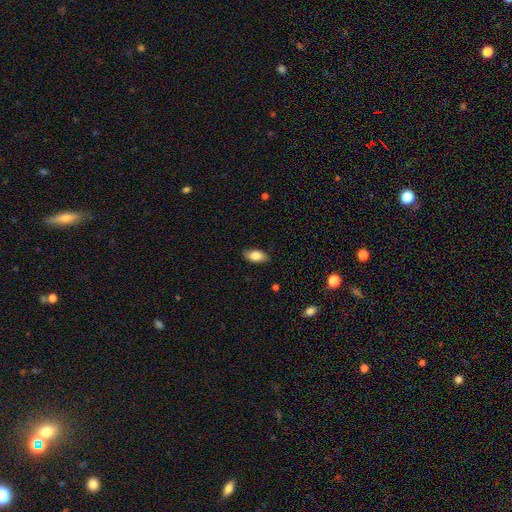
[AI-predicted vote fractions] This is likely a smooth galaxy (80%). How rounded: clearly in between (90%). Merging: clearly none (82%).